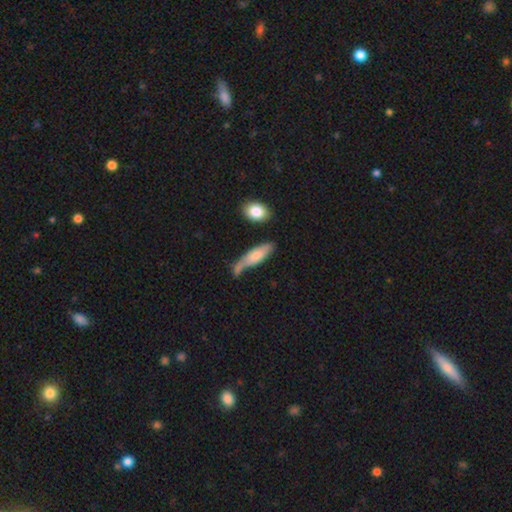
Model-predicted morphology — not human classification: Smooth or featured?
  - smooth: 70% *
  - featured or disk: 23%
  - star or artifact: 6%
How rounded?
  - cigar-shaped: 57% *
  - in between: 41%
  - round: 2%
Merging?
  - none: 45% *
  - minor disturbance: 25%
  - merger: 21%
  - major disturbance: 10%